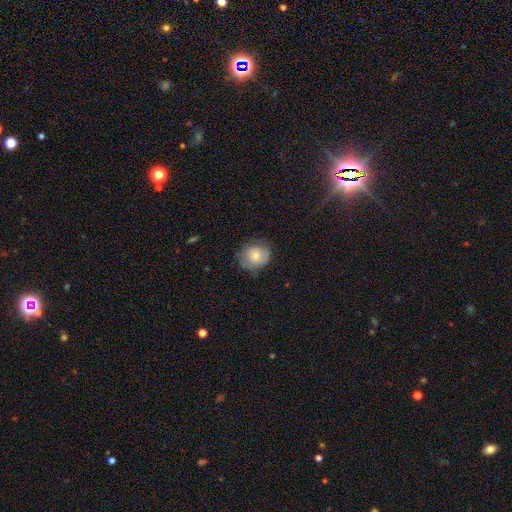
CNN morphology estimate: A smooth galaxy with no disk features (72%) that is round (82%). Merging: none (72%).